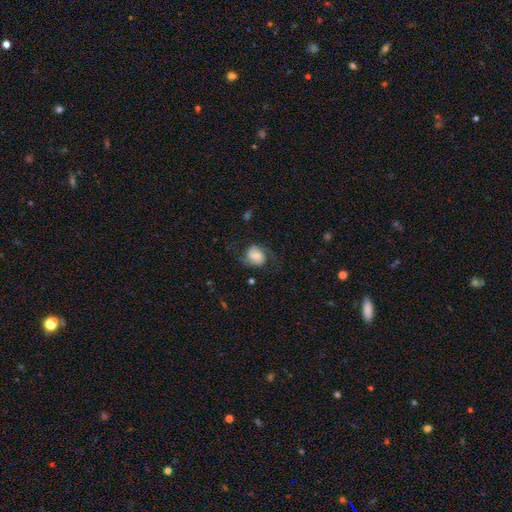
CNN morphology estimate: type=featured or disk (57%); edge-on=no (97%); bar=no (48%); spiral arms=yes (91%); winding=loose (43%); arm count=2 (87%); bulge=moderate (30%); merging=none (61%).